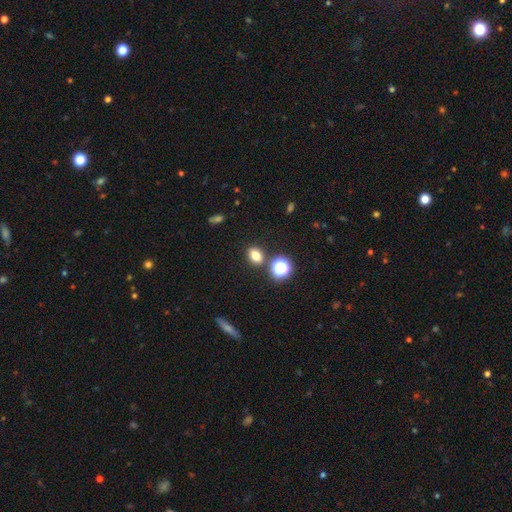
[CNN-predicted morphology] This is likely a smooth galaxy (75%). How rounded: likely in between (61%). Merging: clearly none (80%).